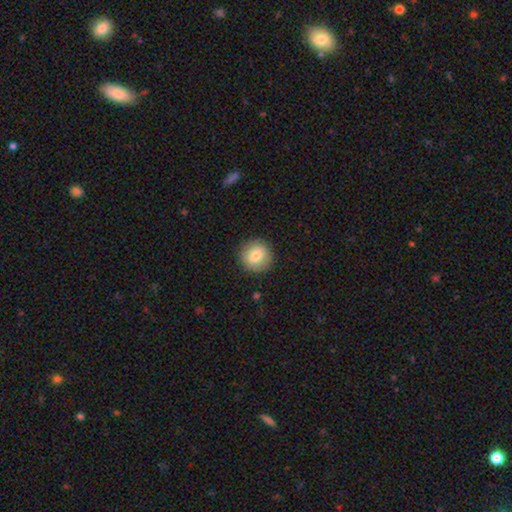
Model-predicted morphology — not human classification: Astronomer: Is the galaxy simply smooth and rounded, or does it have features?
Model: smooth — 80%.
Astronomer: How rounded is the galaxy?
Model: round — 92%.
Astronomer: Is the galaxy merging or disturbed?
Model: none — 89%.